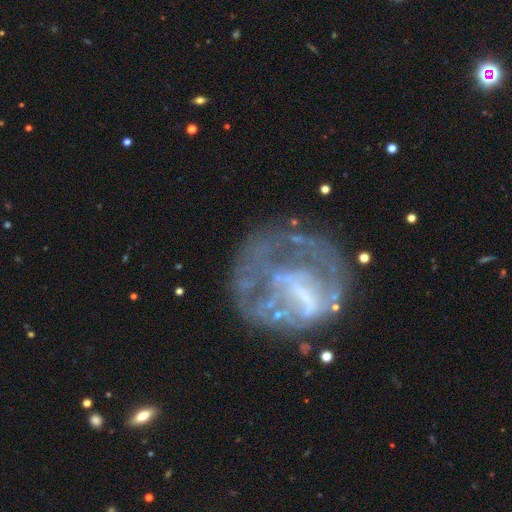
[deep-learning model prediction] This appears to be a featured or disk galaxy (70%) with no bar (53%), no spiral arms (67%) and no central bulge (61%). Merging: none (41%).